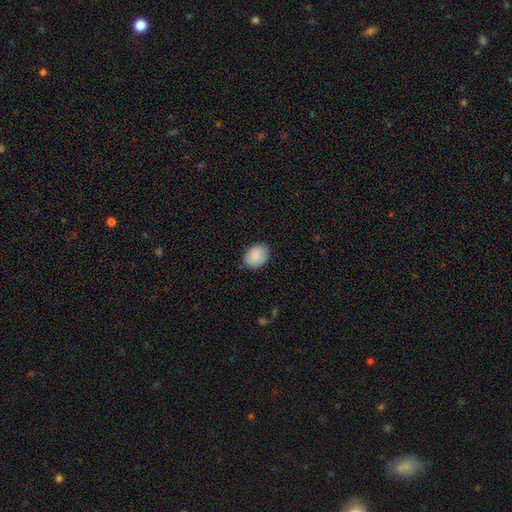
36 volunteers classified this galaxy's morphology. smooth_or_featured: smooth (p=0.94) [alt: featured or disk p=0.03]
how_rounded: round (p=0.50) [tied with: in between p=0.50]
merging: none (p=0.91) [alt: minor disturbance p=0.06]